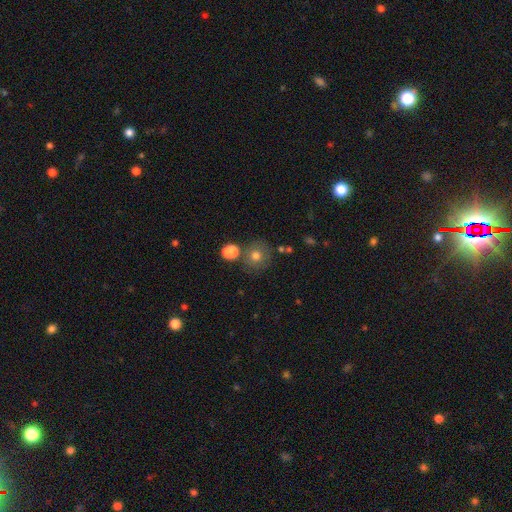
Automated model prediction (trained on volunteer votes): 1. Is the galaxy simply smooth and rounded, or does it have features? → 74% smooth, 14% featured or disk, 13% star or artifact.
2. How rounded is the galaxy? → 87% round, 12% in between, 1% cigar-shaped.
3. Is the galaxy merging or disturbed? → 71% none, 13% merger, 12% minor disturbance, 5% major disturbance.